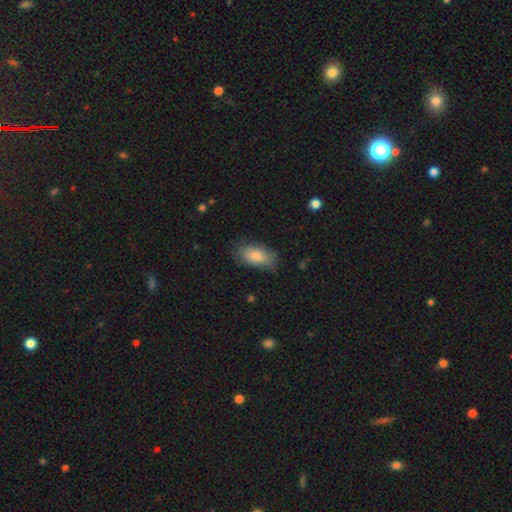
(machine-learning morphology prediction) A smooth galaxy with no disk features (83%) that is in between round and cigar-shaped (90%).

Vote fractions:
- Smooth or featured? smooth: 83% / featured or disk: 10% / star or artifact: 7%
- How rounded? in between: 90% / cigar-shaped: 6% / round: 4%
- Merging? none: 77% / minor disturbance: 18% / major disturbance: 4% / merger: 1%